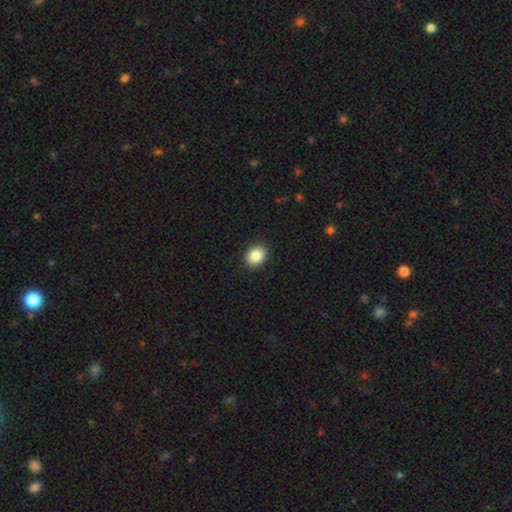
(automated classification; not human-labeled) Smooth or featured?
  - smooth: 86% *
  - star or artifact: 9%
  - featured or disk: 5%
How rounded?
  - round: 61% *
  - in between: 38%
  - cigar-shaped: 1%
Merging?
  - none: 91% *
  - minor disturbance: 6%
  - major disturbance: 2%
  - merger: 1%